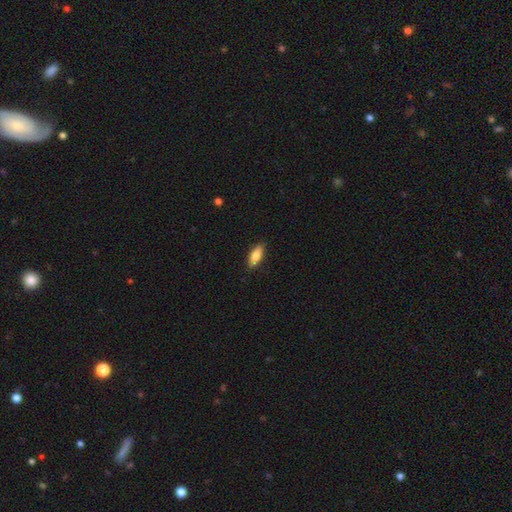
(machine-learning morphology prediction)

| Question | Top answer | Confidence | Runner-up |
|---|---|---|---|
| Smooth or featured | smooth | 78% | featured or disk (16%) |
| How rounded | in between | 71% | cigar-shaped (27%) |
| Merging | none | 88% | minor disturbance (10%) |